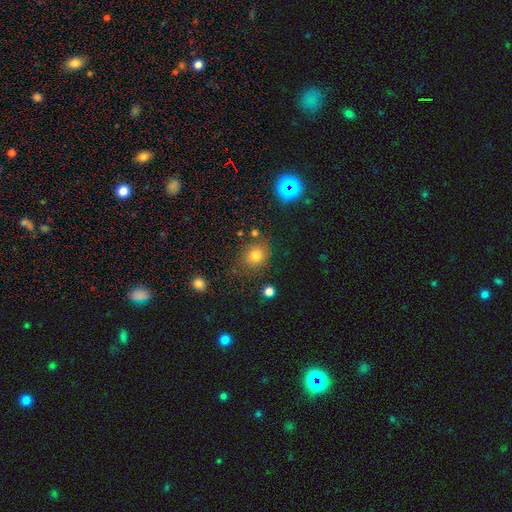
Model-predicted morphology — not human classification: This is likely a smooth galaxy (76%). How rounded: likely round (72%). Merging: likely none (77%).